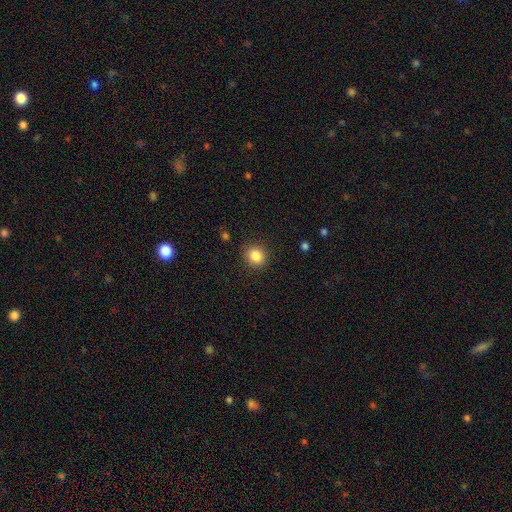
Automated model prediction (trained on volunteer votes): smooth 85%, star or artifact 10%, featured or disk 5%. Down the decision tree: how rounded — round (84%); merging — none (88%).